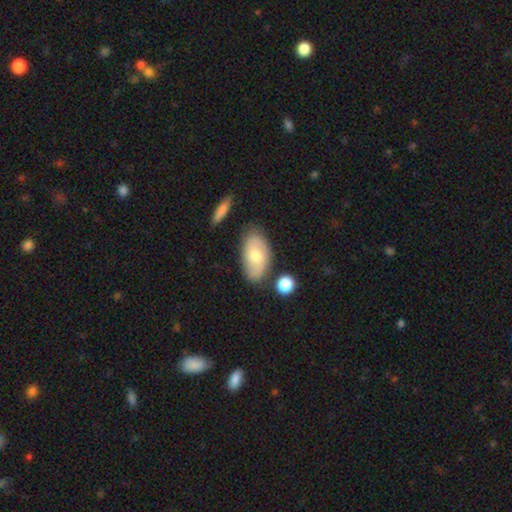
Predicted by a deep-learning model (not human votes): Morphology: type=smooth (58%); roundness=in between (92%); merging=none (73%).